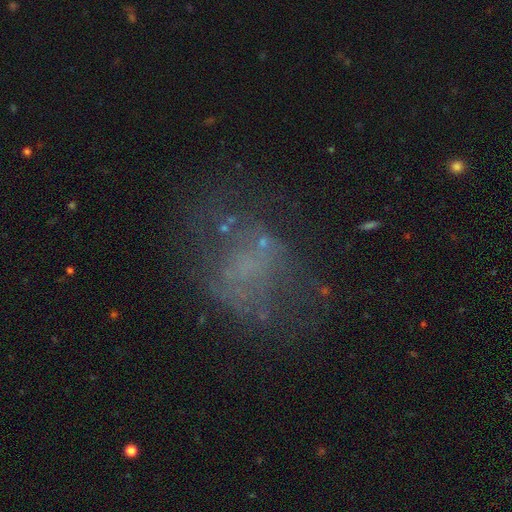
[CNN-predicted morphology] Smooth or featured?
  - featured or disk: 49% *
  - smooth: 28%
  - star or artifact: 23%
Merging?
  - none: 50% *
  - major disturbance: 27%
  - minor disturbance: 19%
  - merger: 4%